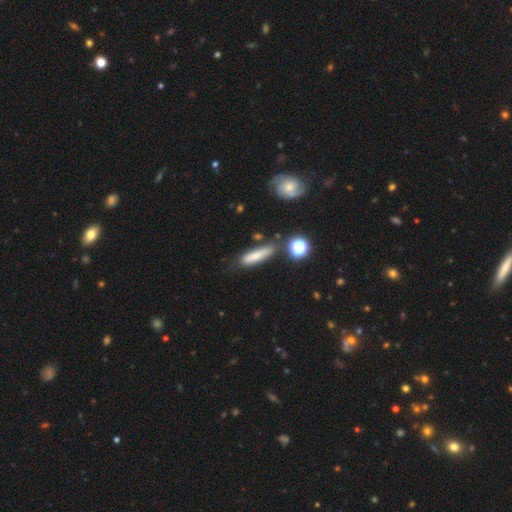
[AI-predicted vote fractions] Smooth or featured?
  - smooth: 72% *
  - featured or disk: 17%
  - star or artifact: 10%
How rounded?
  - cigar-shaped: 77% *
  - in between: 19%
  - round: 4%
Merging?
  - none: 70% *
  - minor disturbance: 18%
  - merger: 7%
  - major disturbance: 6%